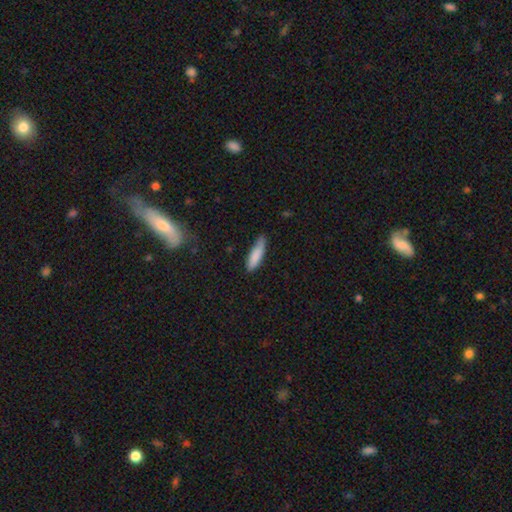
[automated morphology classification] Smooth or featured: smooth — 84% (featured or disk — 9%)
How rounded: cigar-shaped — 66% (in between — 32%)
Merging: none — 70% (minor disturbance — 24%)